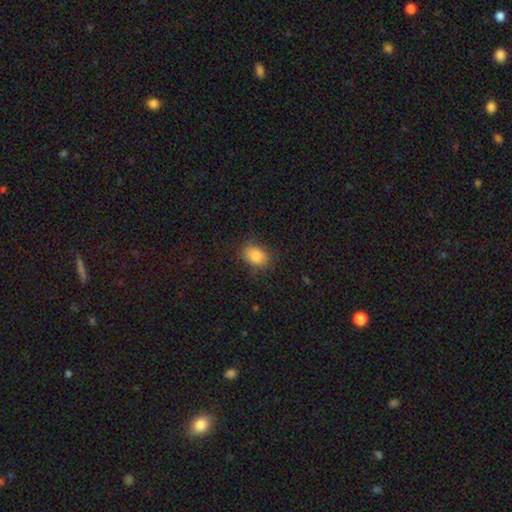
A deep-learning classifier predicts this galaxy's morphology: Overall: smooth (86%). How rounded: in between (68%; round 30%). Merging: none (75%).